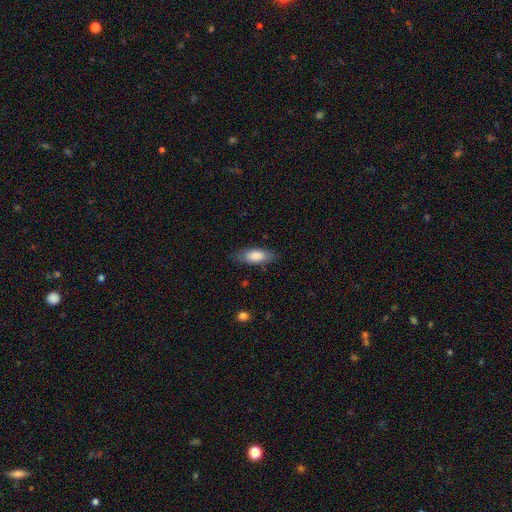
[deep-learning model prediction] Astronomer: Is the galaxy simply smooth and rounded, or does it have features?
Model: smooth — 81%.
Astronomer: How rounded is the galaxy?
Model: in between — 76%.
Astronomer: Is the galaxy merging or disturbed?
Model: none — 80%.